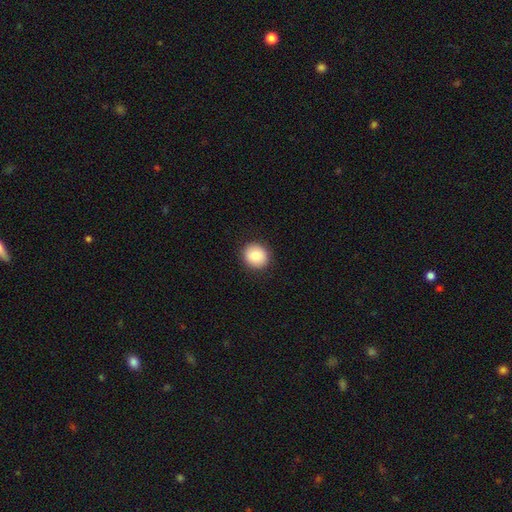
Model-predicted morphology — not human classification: This is clearly a smooth galaxy (86%). How rounded: clearly round (84%). Merging: clearly none (91%).